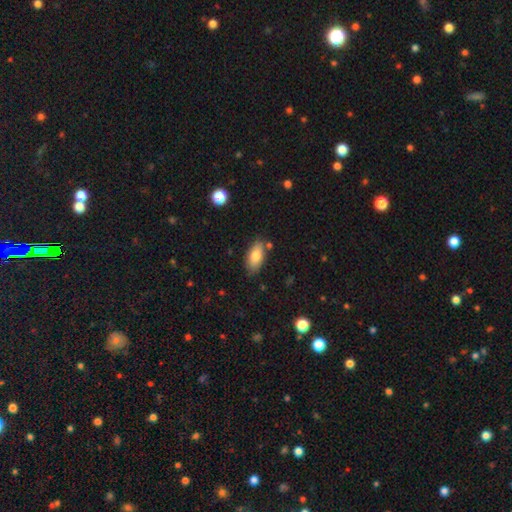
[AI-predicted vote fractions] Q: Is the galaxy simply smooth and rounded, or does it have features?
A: smooth — 81%.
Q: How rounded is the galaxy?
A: in between — 90%.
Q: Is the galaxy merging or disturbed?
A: none — 79%.